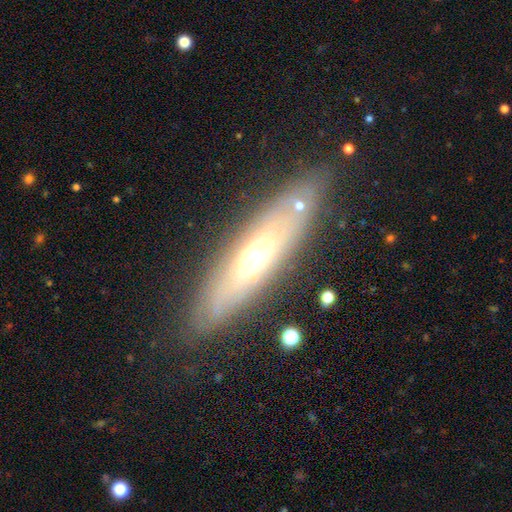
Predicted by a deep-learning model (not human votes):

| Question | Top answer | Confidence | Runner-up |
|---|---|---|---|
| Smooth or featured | featured or disk | 60% | smooth (31%) |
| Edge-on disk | yes | 59% | no (41%) |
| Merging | none | 81% | minor disturbance (13%) |